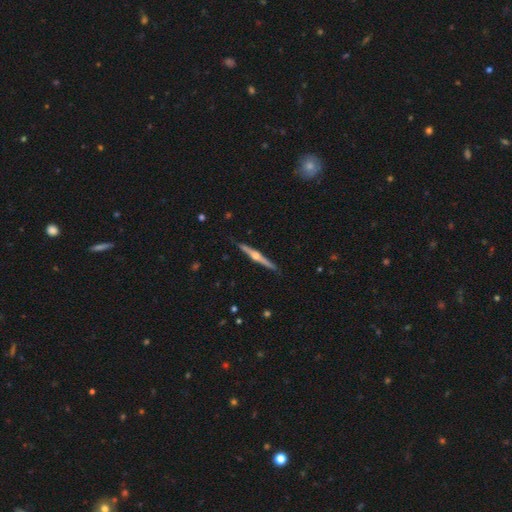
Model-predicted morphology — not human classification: Smooth or featured? Predicted: featured or disk (p=0.80). Edge-on disk? Predicted: yes (p=0.98). Edge-on bulge? Predicted: rounded (p=0.93). Merging? Predicted: none (p=0.89).